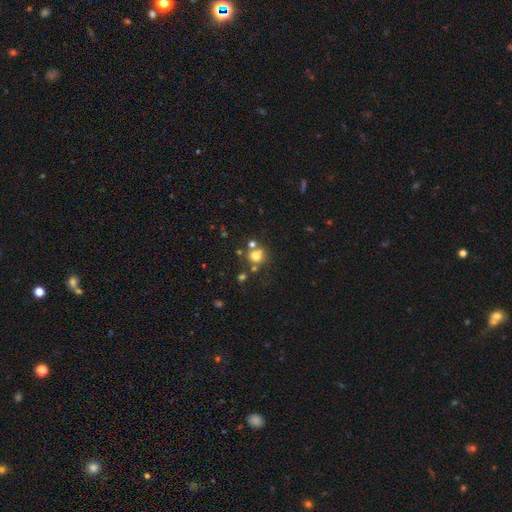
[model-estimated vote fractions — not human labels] Smooth or featured: smooth — 69% (star or artifact — 18%)
How rounded: round — 86% (in between — 13%)
Merging: none — 59% (merger — 26%)